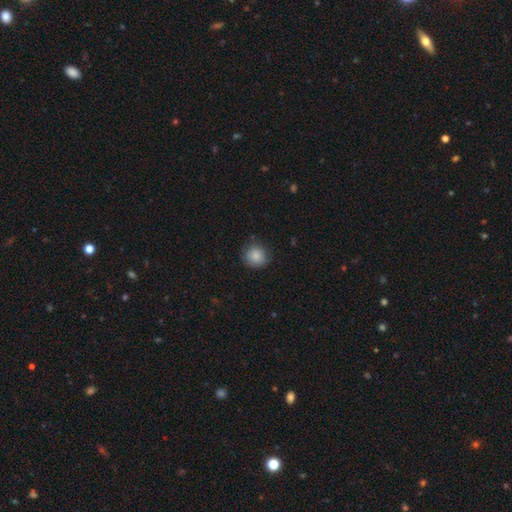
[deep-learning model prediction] The model was most divided on "merging": none: 80%, minor disturbance: 15%, major disturbance: 3%, merger: 1%. More confident: how rounded — round (91%); smooth or featured — smooth (85%).